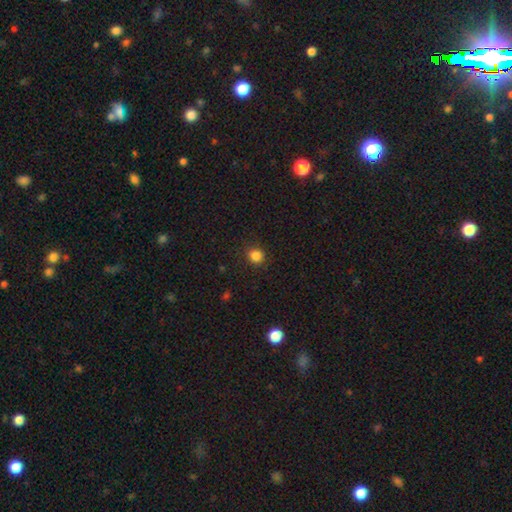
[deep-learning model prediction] A smooth galaxy with no disk features (84%) that is round (87%).

Vote fractions:
- Smooth or featured? smooth: 84% / star or artifact: 12% / featured or disk: 4%
- How rounded? round: 87% / in between: 12% / cigar-shaped: 1%
- Merging? none: 89% / minor disturbance: 8% / major disturbance: 2% / merger: 1%